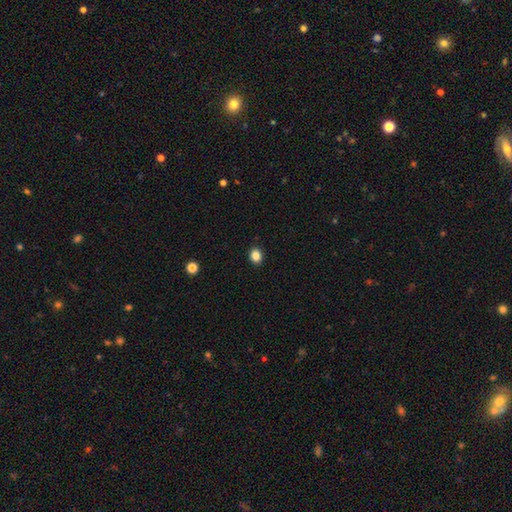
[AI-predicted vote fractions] smooth 86%, star or artifact 11%, featured or disk 4%. Down the decision tree: how rounded — round (55%); merging — none (91%).